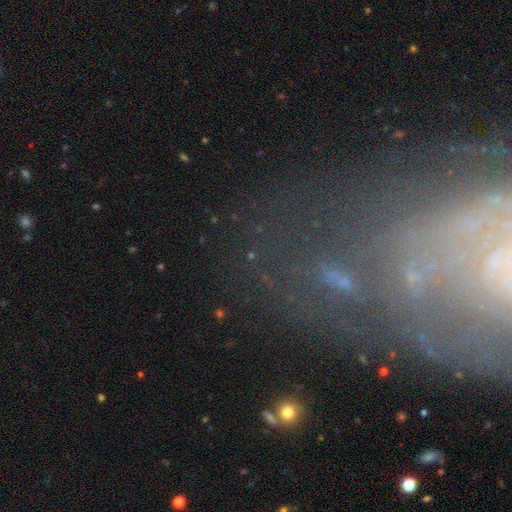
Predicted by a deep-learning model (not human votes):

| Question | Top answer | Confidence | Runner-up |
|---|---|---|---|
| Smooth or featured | featured or disk | 52% | star or artifact (30%) |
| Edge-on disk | no | 89% | yes (11%) |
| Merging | none | 57% | major disturbance (17%) |